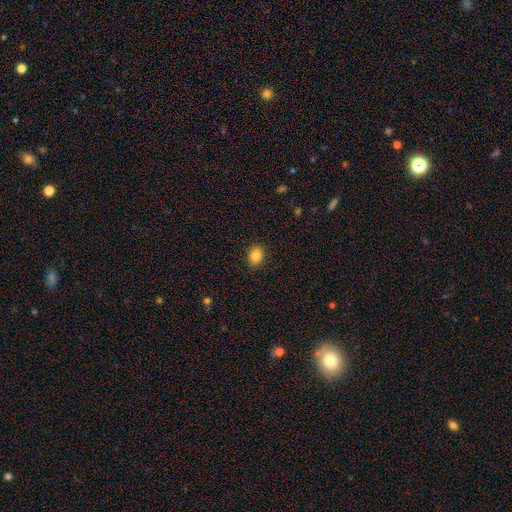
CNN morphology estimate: This appears to be a smooth galaxy with no disk features (85%) that is in between round and cigar-shaped (53%). Merging: none (89%).